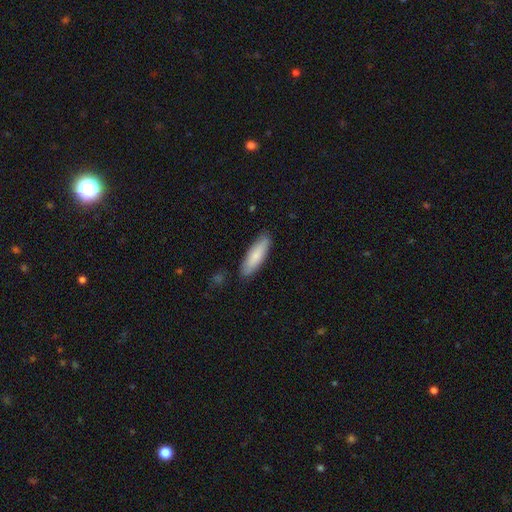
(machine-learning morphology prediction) Smooth or featured: smooth — 81% (featured or disk — 14%)
How rounded: cigar-shaped — 56% (in between — 43%)
Merging: none — 86% (minor disturbance — 11%)